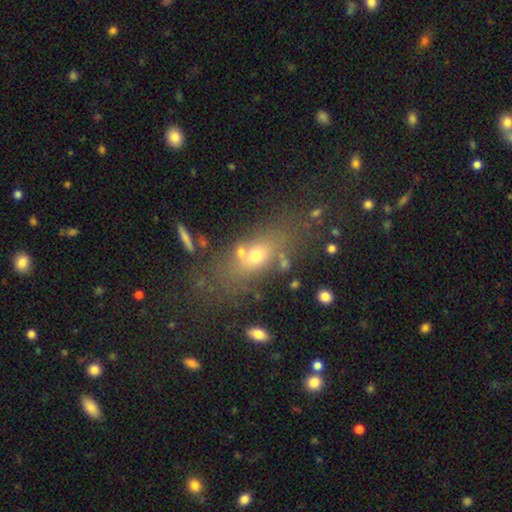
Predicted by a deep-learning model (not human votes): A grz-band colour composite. It shows a smooth galaxy with no disk features (61%) that is in between round and cigar-shaped (66%). Merging: none (60%).